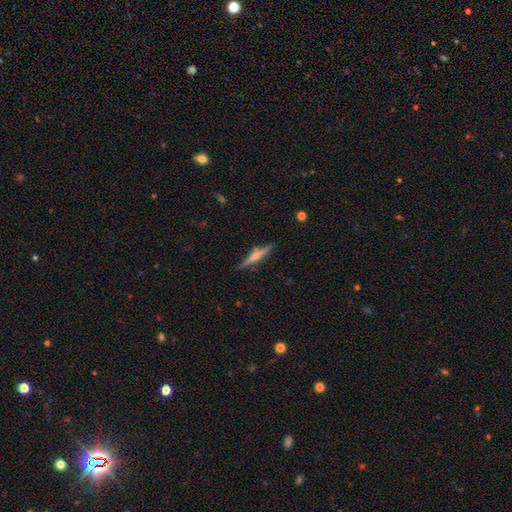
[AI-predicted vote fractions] Overall: featured or disk (65%; smooth 28%). Edge-on disk: yes (97%). Edge-on bulge: rounded (71%). Merging: none (85%).